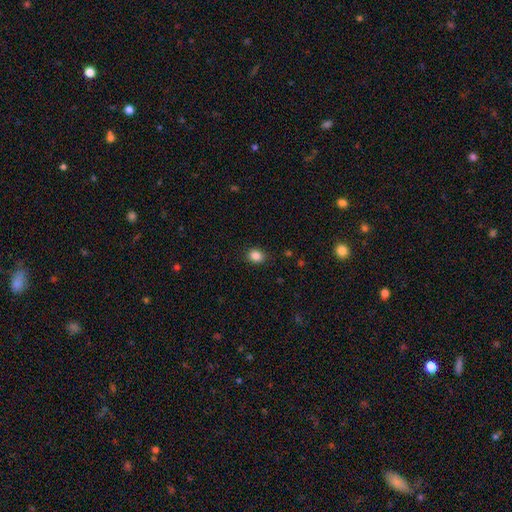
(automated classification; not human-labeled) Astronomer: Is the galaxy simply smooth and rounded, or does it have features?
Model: smooth — 85%.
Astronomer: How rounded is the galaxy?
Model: round — 58% (runner-up: in between, 41%).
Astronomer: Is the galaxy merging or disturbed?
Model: none — 87%.